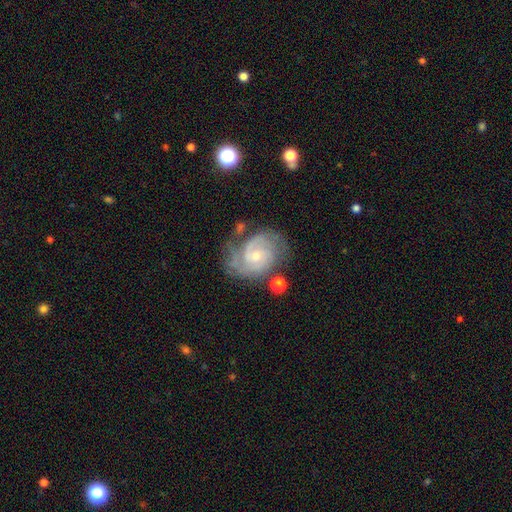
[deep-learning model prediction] smooth_or_featured: featured or disk (p=0.85) [alt: smooth p=0.09]
disk_edge_on: no (p=0.98) [alt: yes p=0.02]
bar: no (p=0.64) [alt: weak p=0.31]
has_spiral_arms: yes (p=0.95) [alt: no p=0.05]
spiral_winding: tight (p=0.59) [alt: medium p=0.34]
spiral_arm_count: 2 (p=0.42) [alt: can't tell p=0.26]
bulge_size: small (p=0.66) [alt: moderate p=0.30]
merging: none (p=0.59) [alt: minor disturbance p=0.23]